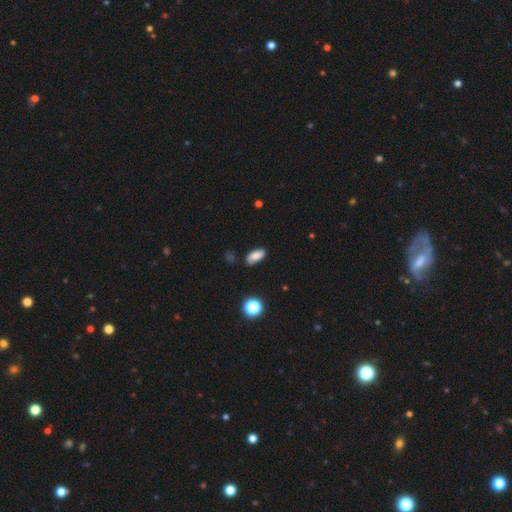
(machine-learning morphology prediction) type=smooth (82%); roundness=in between (86%); merging=none (78%).